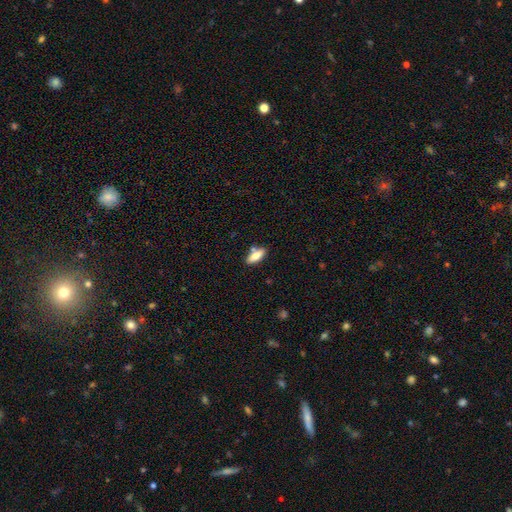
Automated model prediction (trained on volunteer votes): Smooth or featured? smooth (74%)
How rounded? in between (76%)
Merging? none (76%)